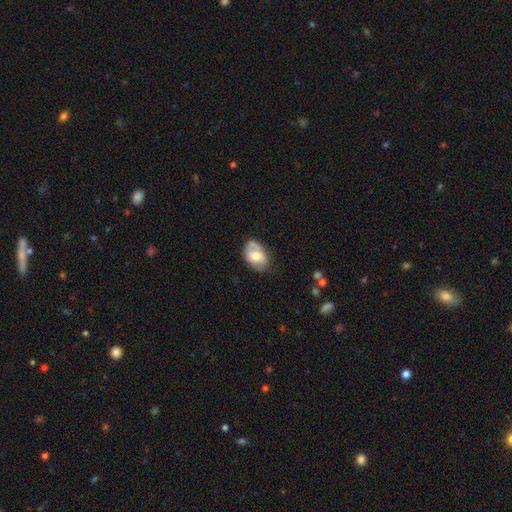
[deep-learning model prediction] A smooth galaxy with no disk features (61%) that is in between round and cigar-shaped (84%). Merging: none (56%).